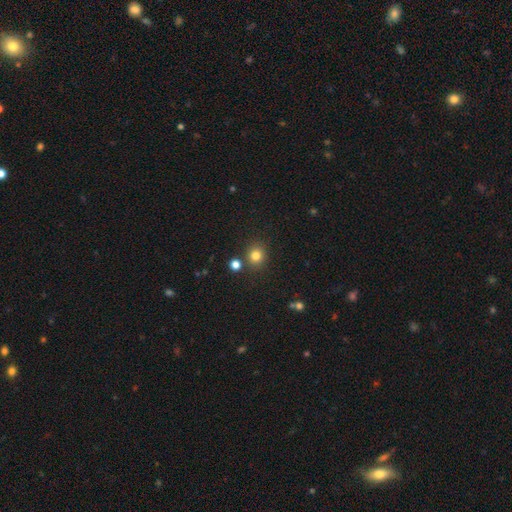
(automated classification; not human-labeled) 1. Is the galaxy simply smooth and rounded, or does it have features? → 80% smooth, 14% star or artifact, 6% featured or disk.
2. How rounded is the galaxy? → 83% round, 16% in between, 1% cigar-shaped.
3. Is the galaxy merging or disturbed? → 81% none, 8% minor disturbance, 8% merger, 3% major disturbance.